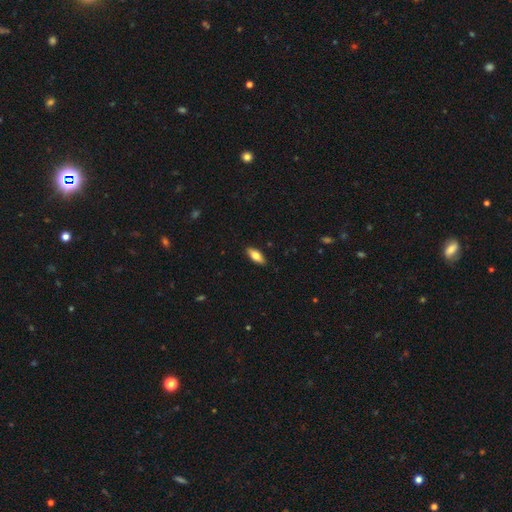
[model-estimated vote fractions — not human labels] Smooth or featured? smooth (75%)
How rounded? in between (80%)
Merging? none (89%)